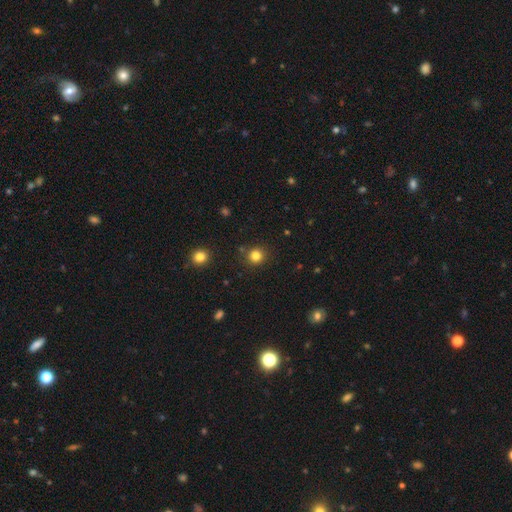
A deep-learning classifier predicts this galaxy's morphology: Overall: smooth (82%). How rounded: round (91%). Merging: none (87%).